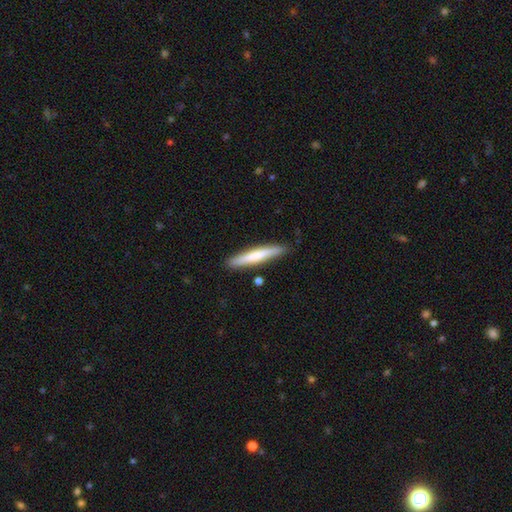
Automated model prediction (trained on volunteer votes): smooth-or-featured: smooth: 63% | featured or disk: 31% | star or artifact: 5%
  how-rounded: cigar-shaped: 94% | in between: 4% | round: 1%
  merging: none: 87% | minor disturbance: 9% | merger: 2% | major disturbance: 2%